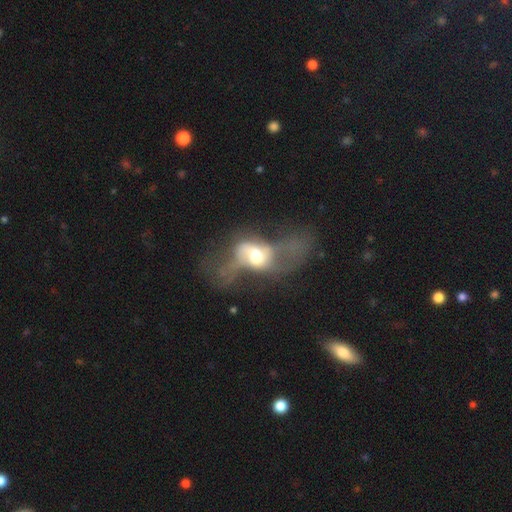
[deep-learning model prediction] A featured or disk galaxy (60%) with no bar (57%), no spiral arms (56%) and a moderate central bulge (48%). Merging: major disturbance (54%).